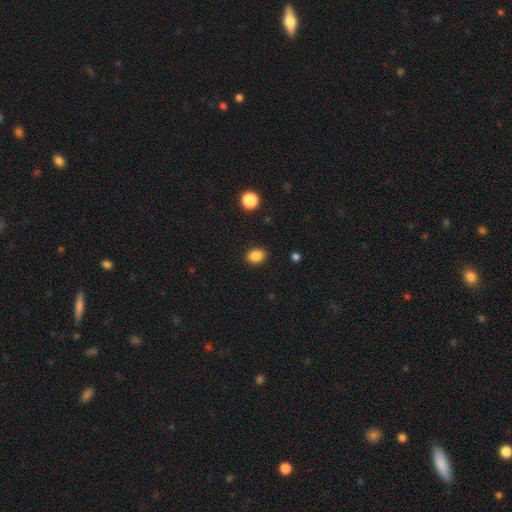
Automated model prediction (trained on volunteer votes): Q: Smooth or featured?
A: smooth (87%); runner-up: star or artifact (10%)
Q: How rounded?
A: in between (58%); runner-up: round (42%)
Q: Merging?
A: none (89%); runner-up: minor disturbance (7%)